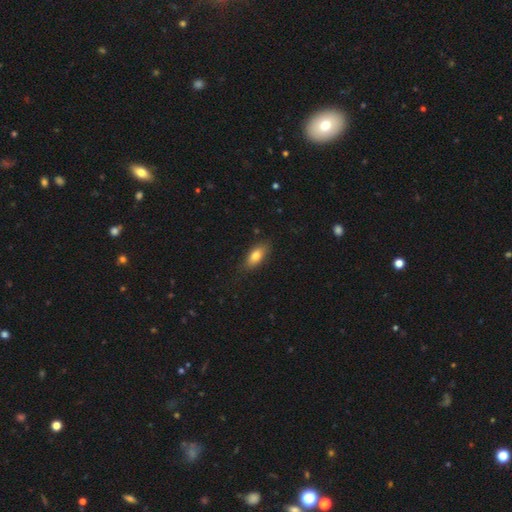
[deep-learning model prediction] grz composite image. It shows a smooth galaxy with no disk features (77%) that is in between round and cigar-shaped (83%). Merging: none (80%).